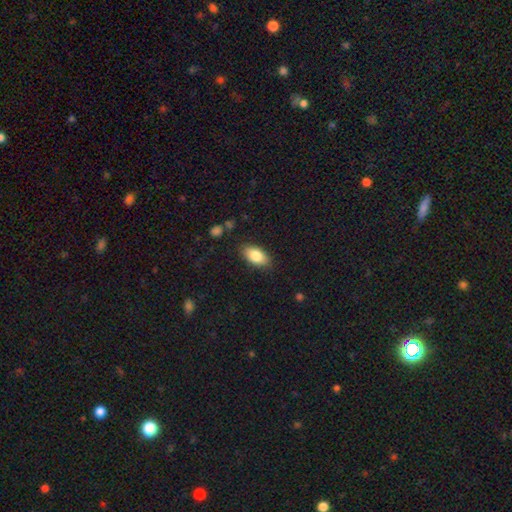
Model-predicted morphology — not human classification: smooth_or_featured: smooth (p=0.83) [alt: featured or disk p=0.10]
how_rounded: in between (p=0.92) [alt: round p=0.05]
merging: none (p=0.85) [alt: minor disturbance p=0.11]